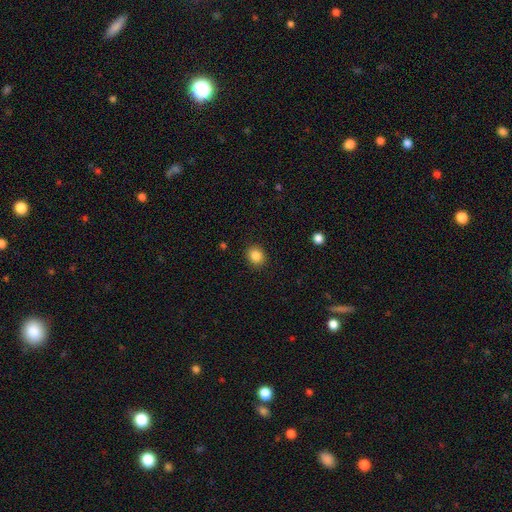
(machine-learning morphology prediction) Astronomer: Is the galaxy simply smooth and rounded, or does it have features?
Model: smooth — 86%.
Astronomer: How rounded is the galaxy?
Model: round — 75%.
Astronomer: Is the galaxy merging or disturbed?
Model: none — 90%.